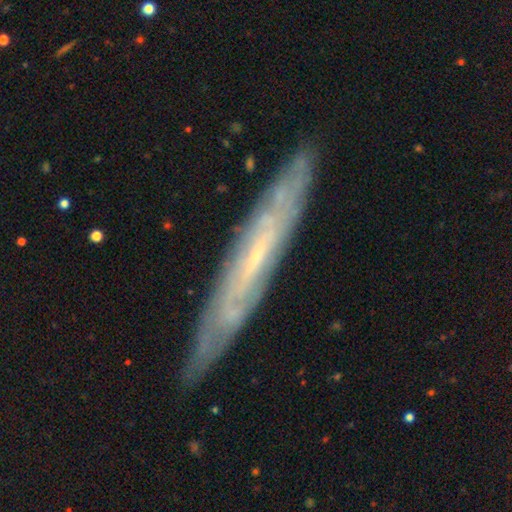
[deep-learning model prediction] Smooth or featured?
  - featured or disk: 74% *
  - smooth: 18%
  - star or artifact: 7%
Edge-on disk?
  - yes: 59% *
  - no: 41%
Merging?
  - none: 84% *
  - minor disturbance: 12%
  - major disturbance: 2%
  - merger: 1%